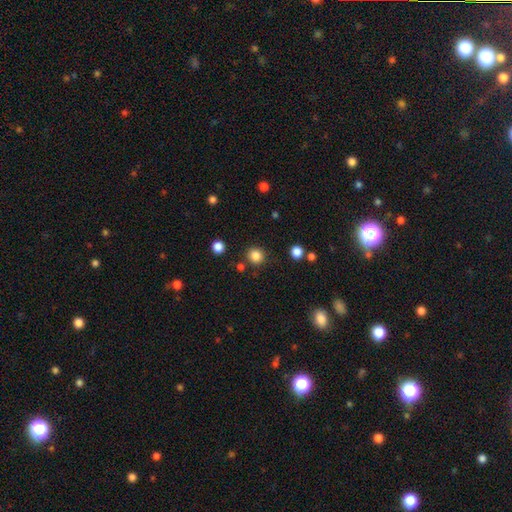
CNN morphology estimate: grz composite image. It shows a smooth galaxy with no disk features (85%) that is round (90%). Merging: none (85%).